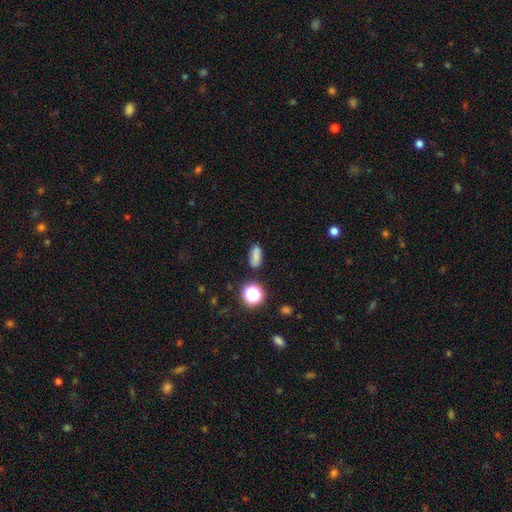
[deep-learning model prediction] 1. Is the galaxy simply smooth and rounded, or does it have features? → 77% smooth, 15% star or artifact, 7% featured or disk.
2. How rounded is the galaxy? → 78% in between, 12% round, 10% cigar-shaped.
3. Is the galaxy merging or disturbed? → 81% none, 12% minor disturbance, 3% major disturbance, 3% merger.